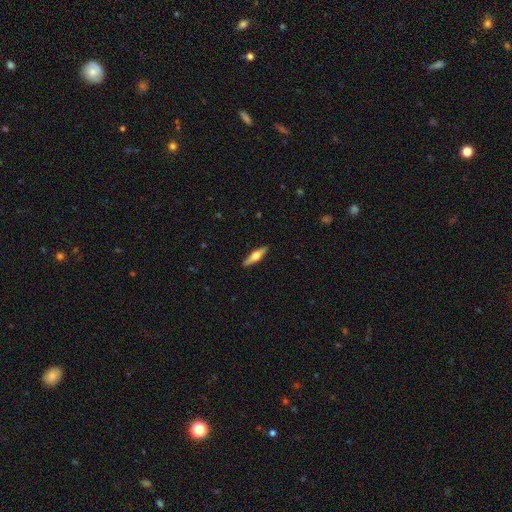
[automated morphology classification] A featured or disk galaxy (54%) viewed edge-on (95%) with a rounded central bulge (92%). Merging: none (90%).